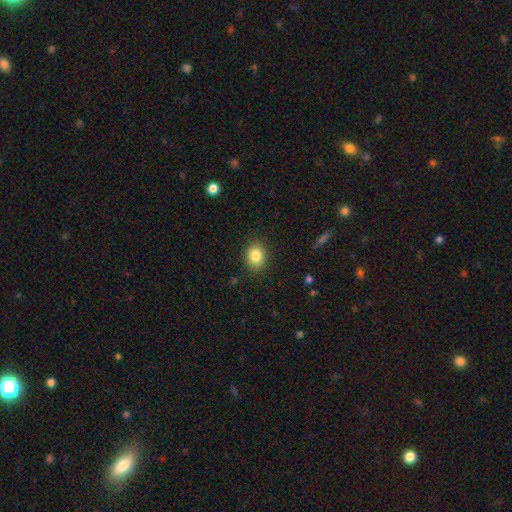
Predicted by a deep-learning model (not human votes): The model was most divided on "how rounded": in between: 59%, round: 40%, cigar-shaped: 1%. More confident: merging — none (86%); smooth or featured — smooth (84%).